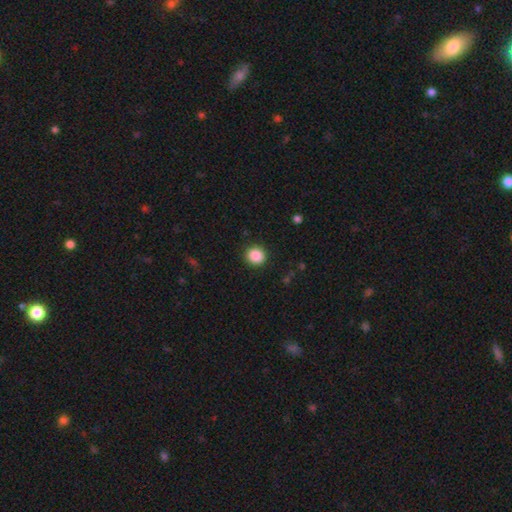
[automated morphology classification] The model was most divided on "how rounded": round: 88%, in between: 11%, cigar-shaped: 1%. More confident: merging — none (91%); smooth or featured — smooth (88%).